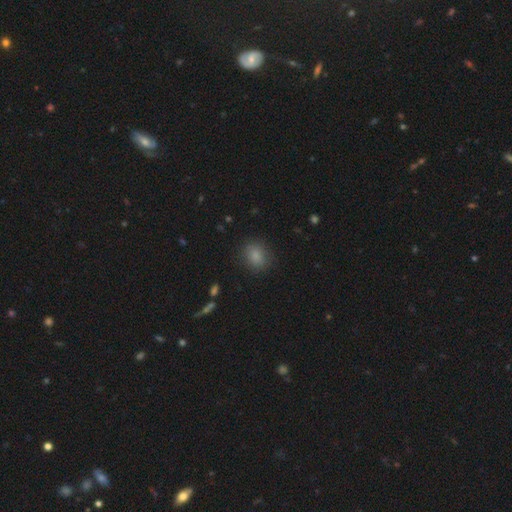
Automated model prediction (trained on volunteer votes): A smooth galaxy with no disk features (85%) that is round (58%). Merging: none (85%).